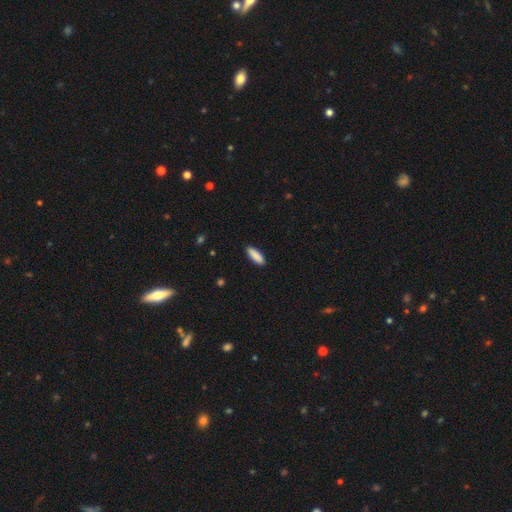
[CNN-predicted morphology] The model was most divided on "how rounded": in between: 53%, cigar-shaped: 46%, round: 2%. More confident: smooth or featured — smooth (89%); merging — none (89%).